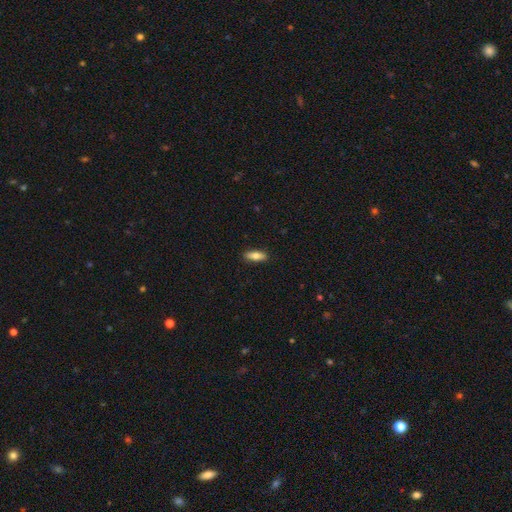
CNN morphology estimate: smooth 76%, featured or disk 18%, star or artifact 6%. Down the decision tree: how rounded — in between (59%); merging — none (89%).